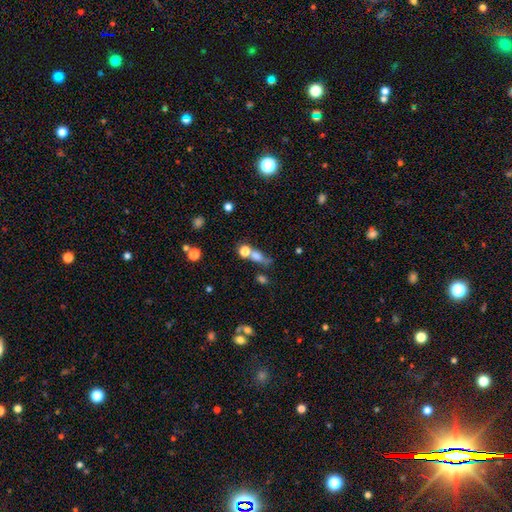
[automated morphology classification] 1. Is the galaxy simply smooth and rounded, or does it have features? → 67% smooth, 17% star or artifact, 17% featured or disk.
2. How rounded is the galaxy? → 44% in between, 39% round, 17% cigar-shaped.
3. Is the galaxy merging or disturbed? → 40% none, 35% merger, 14% minor disturbance, 11% major disturbance.